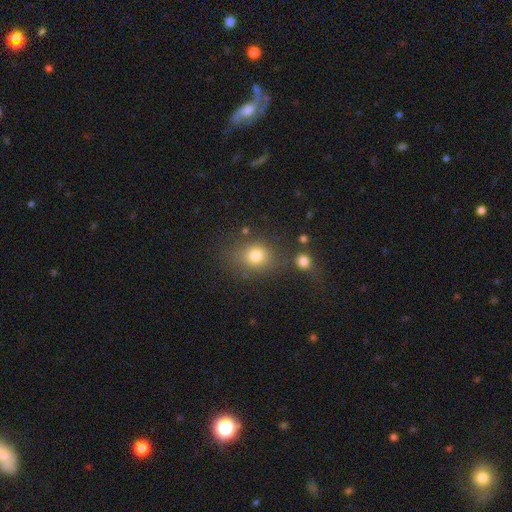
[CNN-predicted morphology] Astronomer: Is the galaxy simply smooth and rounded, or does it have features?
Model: smooth — 78%.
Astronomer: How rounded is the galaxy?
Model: round — 62% (runner-up: in between, 37%).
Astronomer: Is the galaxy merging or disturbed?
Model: none — 69%.